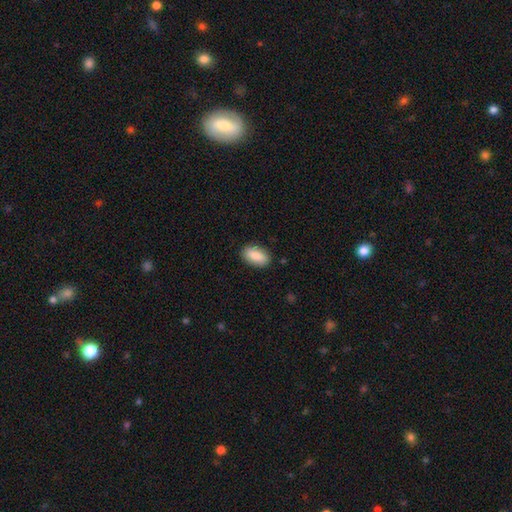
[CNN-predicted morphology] Overall: smooth (88%). How rounded: in between (93%). Merging: none (88%).